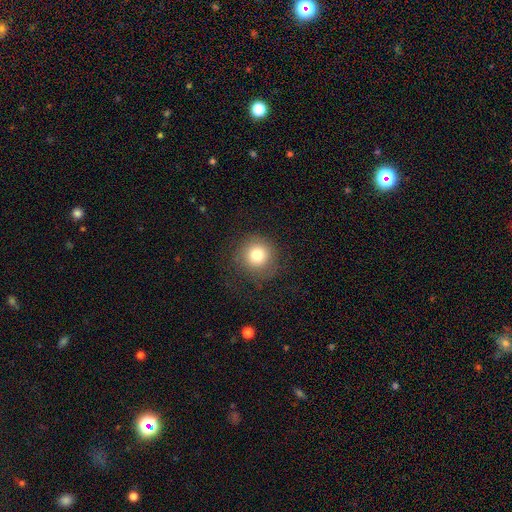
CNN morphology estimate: Smooth or featured?
  - smooth: 76% *
  - star or artifact: 14%
  - featured or disk: 10%
How rounded?
  - round: 94% *
  - in between: 5%
  - cigar-shaped: 1%
Merging?
  - none: 83% *
  - minor disturbance: 11%
  - major disturbance: 6%
  - merger: 1%